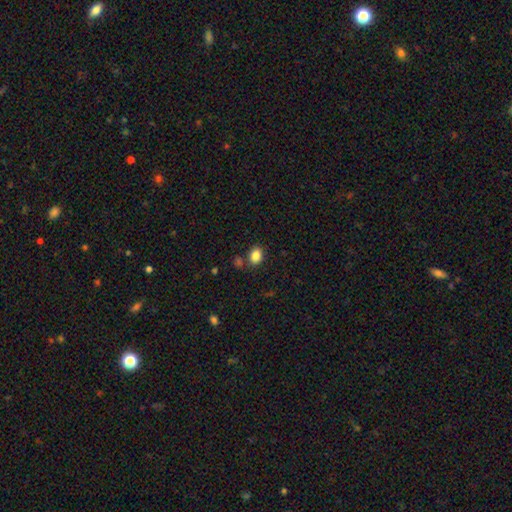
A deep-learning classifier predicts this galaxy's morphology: Smooth or featured: smooth — 85% (star or artifact — 10%)
How rounded: in between — 66% (round — 33%)
Merging: none — 77% (minor disturbance — 11%)